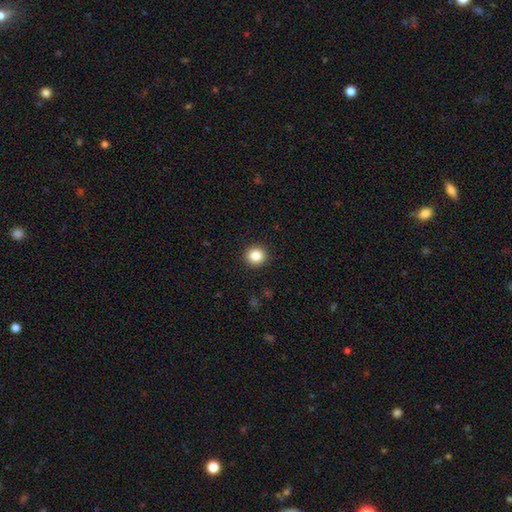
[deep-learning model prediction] Overall: smooth (85%). How rounded: round (93%). Merging: none (92%).